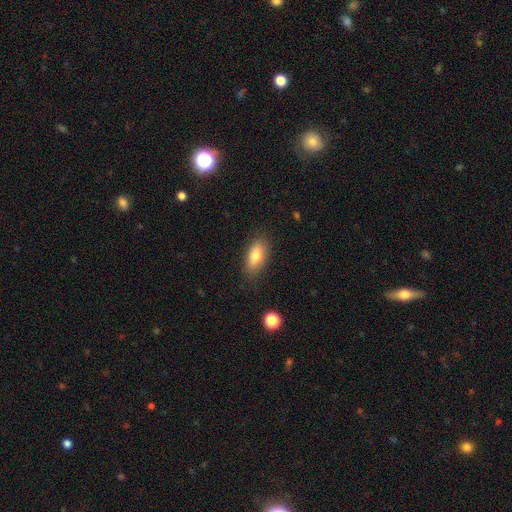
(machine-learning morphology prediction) smooth_or_featured: smooth (p=0.79) [alt: featured or disk p=0.13]
how_rounded: in between (p=0.80) [alt: cigar-shaped p=0.16]
merging: none (p=0.84) [alt: minor disturbance p=0.12]